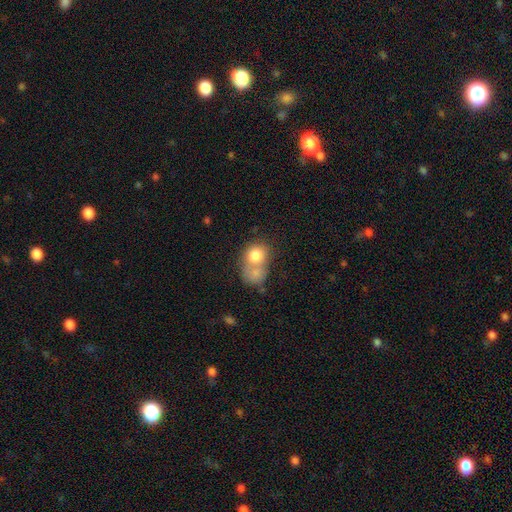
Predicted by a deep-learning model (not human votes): smooth 76%, featured or disk 16%, star or artifact 9%. Down the decision tree: how rounded — round (62%); merging — merger (66%).